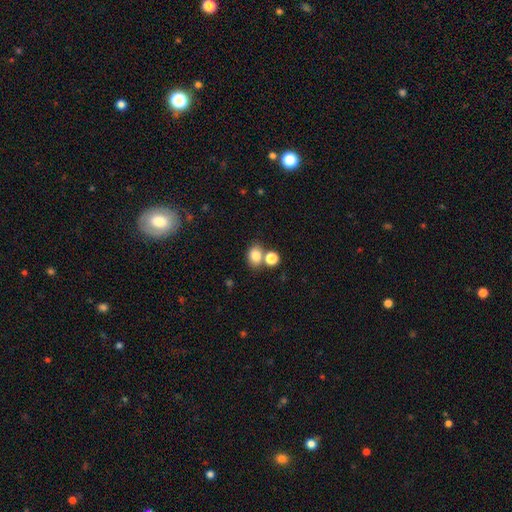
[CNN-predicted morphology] The model was most divided on "how rounded": in between: 54%, round: 45%, cigar-shaped: 1%. More confident: smooth or featured — smooth (81%); merging — none (58%).